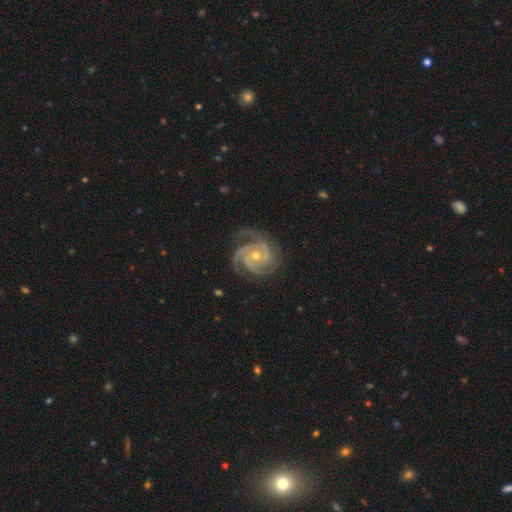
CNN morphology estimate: The model was most divided on "bulge size": small: 51%, moderate: 46%, large: 1%, none: 1%, dominant: 1%. More confident: spiral arms — yes (99%); edge-on disk — no (98%); smooth or featured — featured or disk (93%); merging — none (76%); spiral winding — tight (66%); bar — no (65%); spiral arm count — 3 (62%).